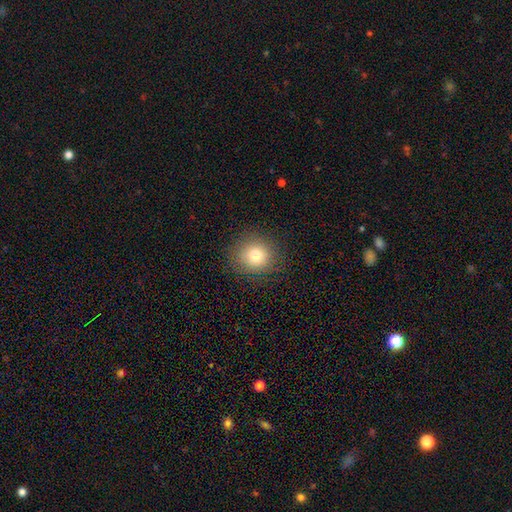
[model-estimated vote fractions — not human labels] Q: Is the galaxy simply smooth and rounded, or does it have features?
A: smooth — 78%.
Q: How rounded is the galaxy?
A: round — 88%.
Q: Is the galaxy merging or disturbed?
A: none — 88%.